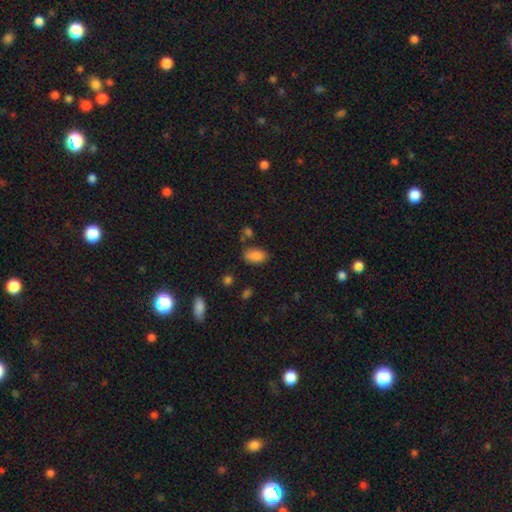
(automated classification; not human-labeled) Q: Smooth or featured?
A: smooth (85%); runner-up: star or artifact (8%)
Q: How rounded?
A: in between (91%); runner-up: round (7%)
Q: Merging?
A: none (72%); runner-up: minor disturbance (18%)